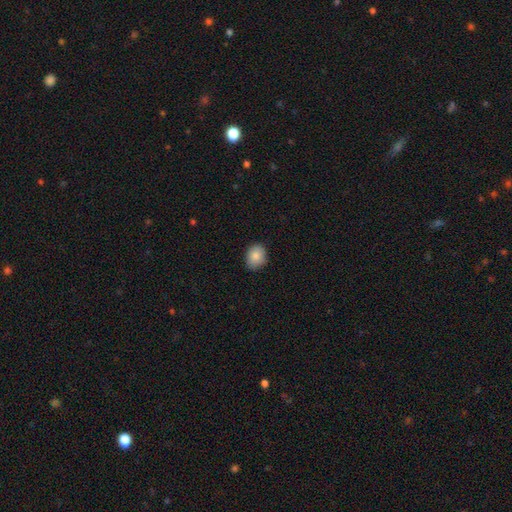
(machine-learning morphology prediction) smooth-or-featured: smooth: 86% | star or artifact: 8% | featured or disk: 6%
  how-rounded: round: 50% | in between: 49% | cigar-shaped: 1%
  merging: none: 85% | minor disturbance: 12% | major disturbance: 2% | merger: 1%